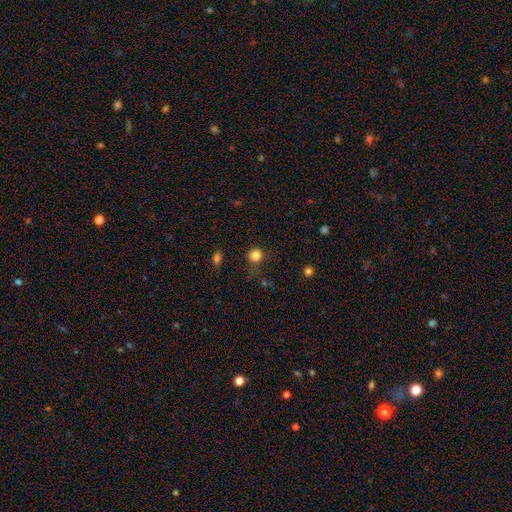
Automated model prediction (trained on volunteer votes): Smooth or featured? smooth (82%)
How rounded? round (90%)
Merging? none (75%)